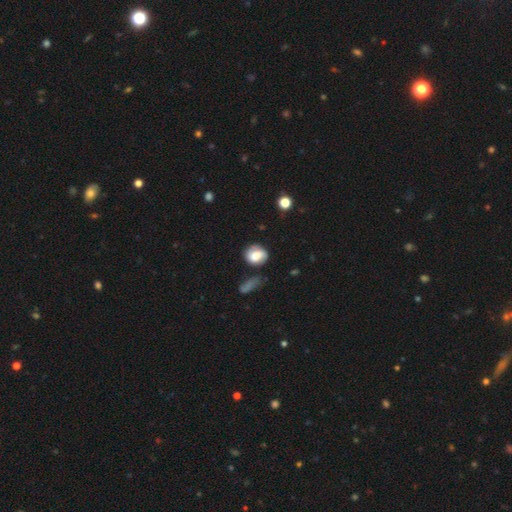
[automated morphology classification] This is likely a smooth galaxy (69%). How rounded: possibly round (55%). Merging: possibly none (55%).